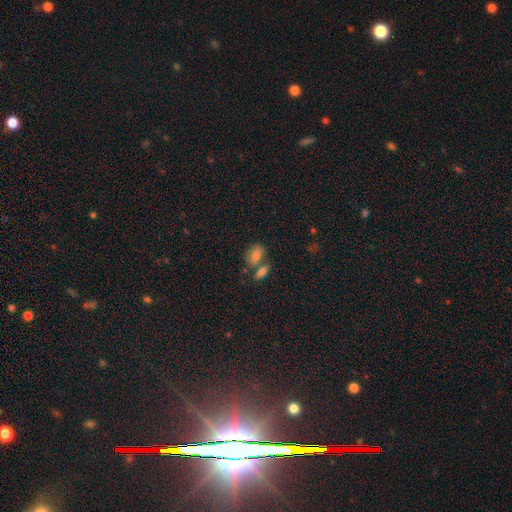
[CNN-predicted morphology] This appears to be a smooth galaxy with no disk features (76%) that is in between round and cigar-shaped (81%). Merging: none (51%).